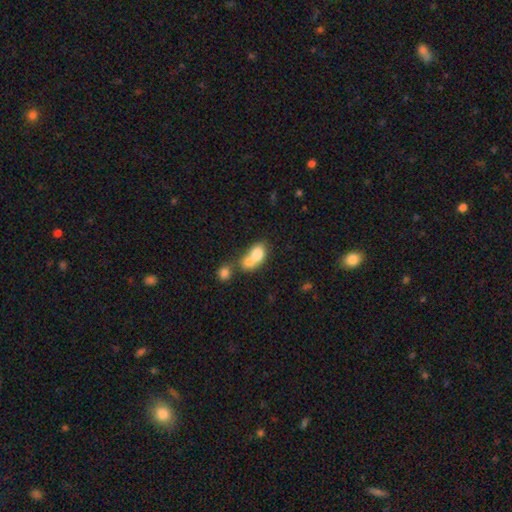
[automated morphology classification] type=smooth (74%); roundness=in between (62%); merging=merger (70%).